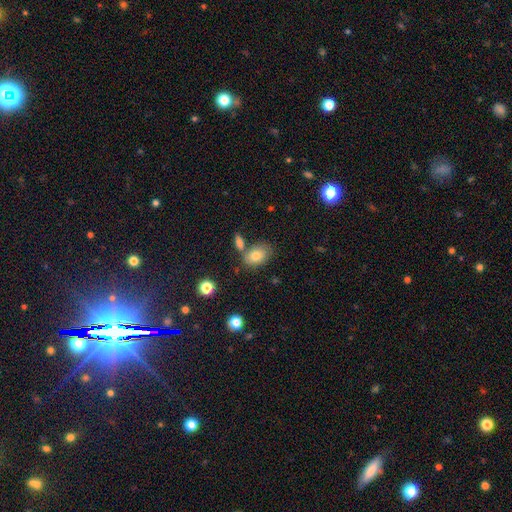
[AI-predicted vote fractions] This appears to be a smooth galaxy with no disk features (78%) that is in between round and cigar-shaped (83%). Merging: none (61%).